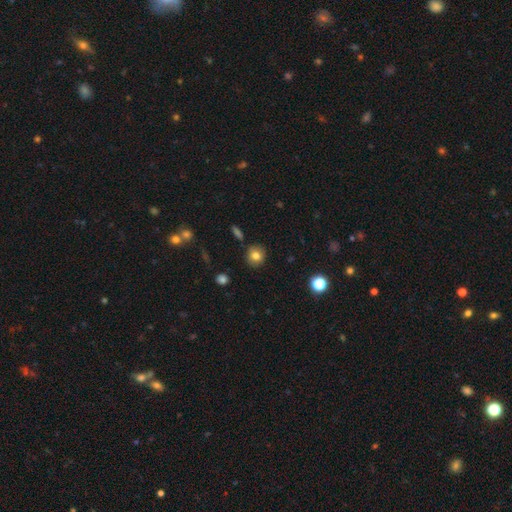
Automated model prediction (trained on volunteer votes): Smooth or featured? smooth (80%)
How rounded? round (88%)
Merging? none (87%)